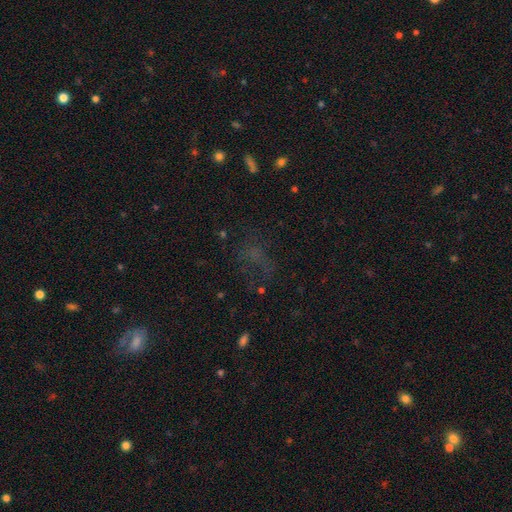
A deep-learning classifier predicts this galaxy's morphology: Smooth or featured: star or artifact — 43% (smooth — 35%)